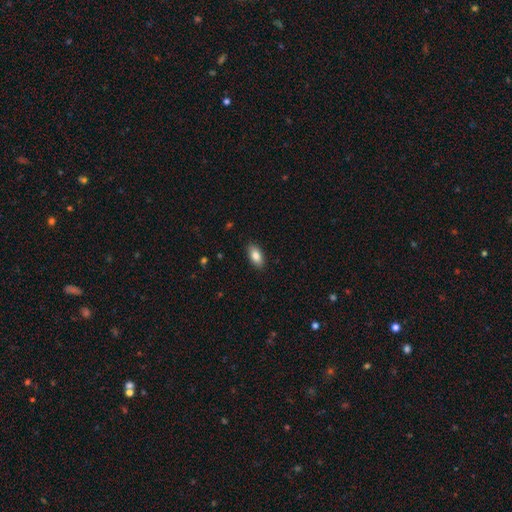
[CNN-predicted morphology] This appears to be a smooth galaxy with no disk features (85%) that is in between round and cigar-shaped (91%). Merging: none (89%).